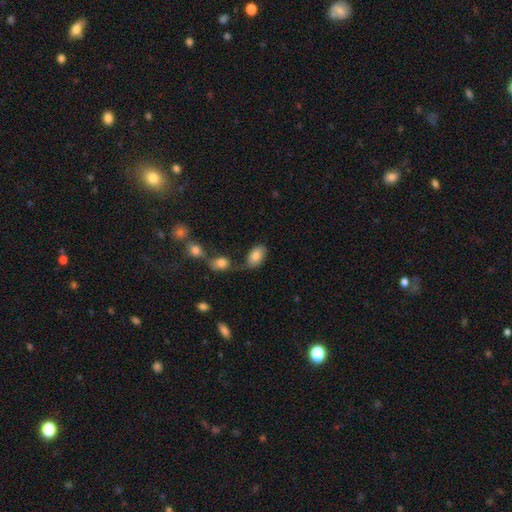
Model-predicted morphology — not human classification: smooth 83%, featured or disk 10%, star or artifact 7%. Down the decision tree: how rounded — in between (91%); merging — none (58%).